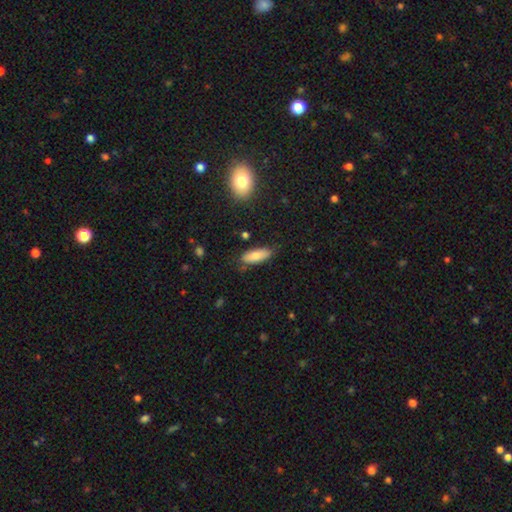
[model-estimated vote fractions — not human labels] Smooth or featured? Predicted: smooth (p=0.79). How rounded? Predicted: in between (p=0.71). Merging? Predicted: none (p=0.75).